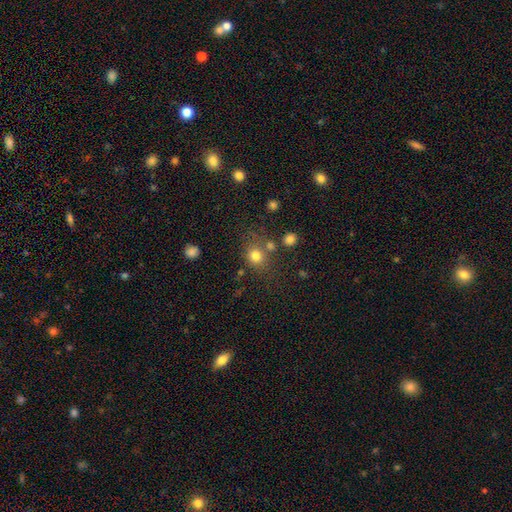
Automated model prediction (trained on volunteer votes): A smooth galaxy with no disk features (78%) that is round (80%). Merging: none (68%).